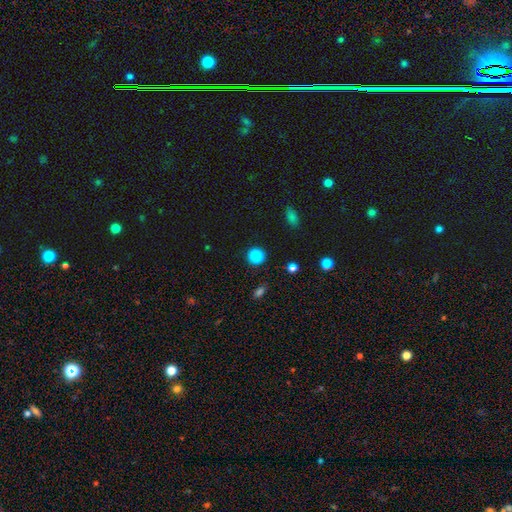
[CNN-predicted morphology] smooth 86%, star or artifact 10%, featured or disk 3%. Down the decision tree: how rounded — round (91%); merging — none (89%).